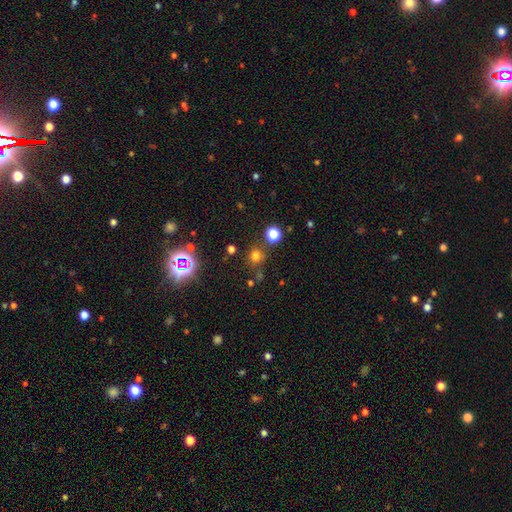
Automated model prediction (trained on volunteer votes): A smooth galaxy with no disk features (67%) that is round (90%).

Vote fractions:
- Smooth or featured? smooth: 67% / star or artifact: 26% / featured or disk: 7%
- How rounded? round: 90% / in between: 9% / cigar-shaped: 1%
- Merging? none: 78% / minor disturbance: 9% / merger: 9% / major disturbance: 4%